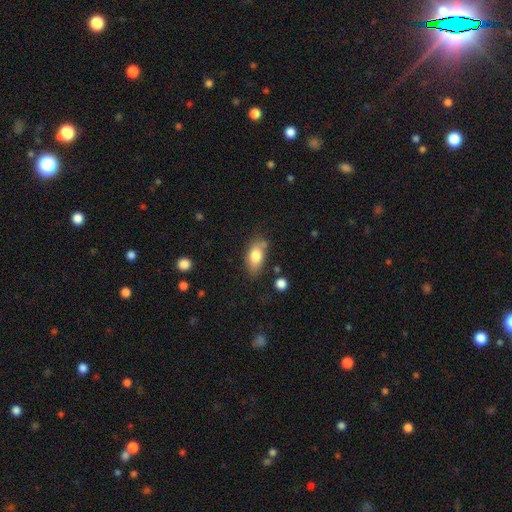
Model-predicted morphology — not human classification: The model was most divided on "merging": none: 68%, minor disturbance: 21%, merger: 6%, major disturbance: 5%. More confident: how rounded — in between (88%); smooth or featured — smooth (79%).